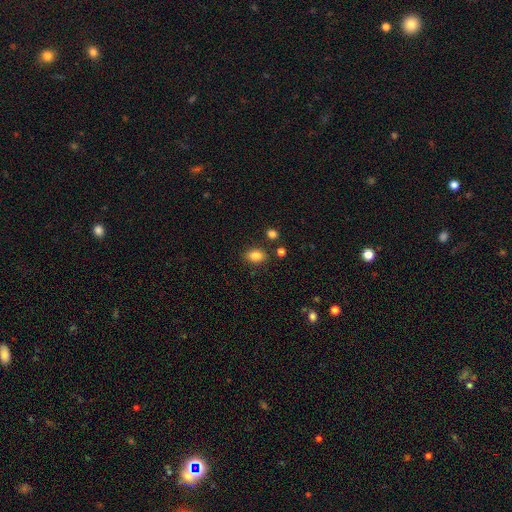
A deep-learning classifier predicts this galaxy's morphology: This appears to be a smooth galaxy with no disk features (84%) that is in between round and cigar-shaped (75%). Merging: none (82%).